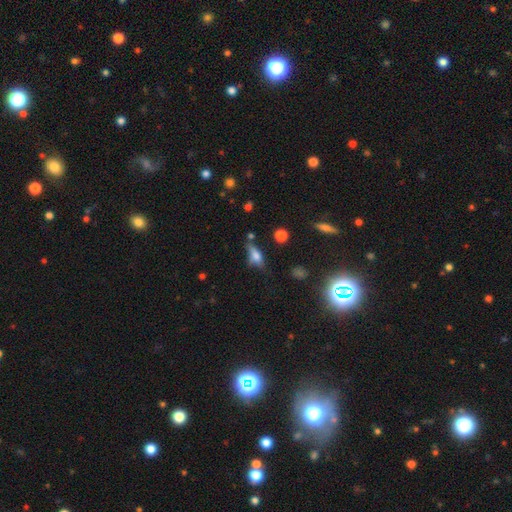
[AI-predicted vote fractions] smooth_or_featured: smooth (p=0.60) [alt: featured or disk p=0.27]
how_rounded: in between (p=0.65) [alt: cigar-shaped p=0.29]
merging: none (p=0.48) [alt: minor disturbance p=0.29]